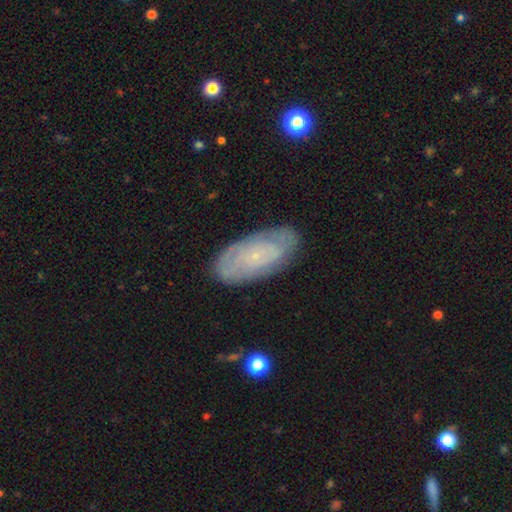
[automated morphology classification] featured or disk 58%, smooth 34%, star or artifact 8%. Down the decision tree: edge-on disk — no (91%); bar — no (82%); spiral arms — yes (75%); bulge size — small (85%); merging — none (80%).